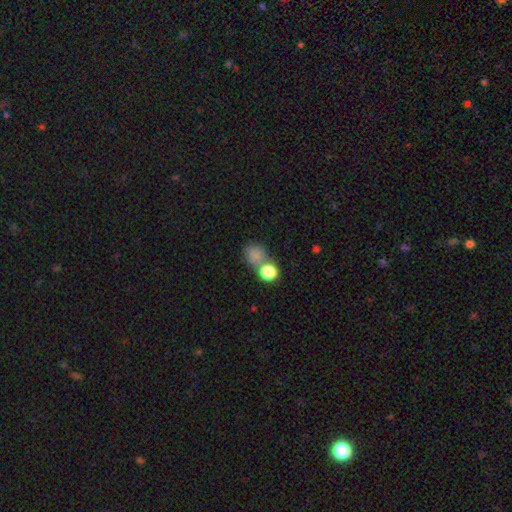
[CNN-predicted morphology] smooth-or-featured: smooth: 79% | star or artifact: 14% | featured or disk: 7%
  how-rounded: round: 76% | in between: 23% | cigar-shaped: 1%
  merging: none: 49% | merger: 34% | minor disturbance: 11% | major disturbance: 6%